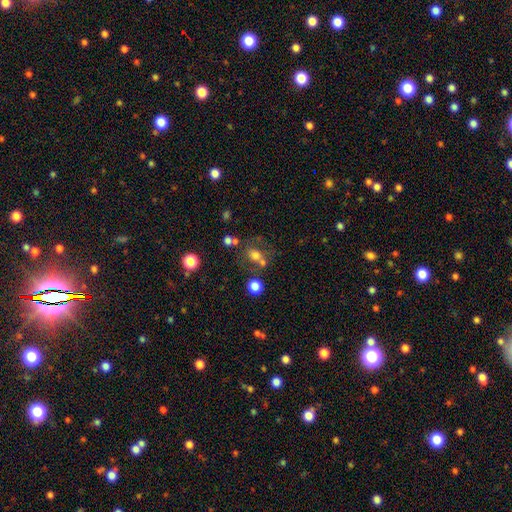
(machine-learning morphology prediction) A smooth galaxy with no disk features (64%) that is round (56%).

Vote fractions:
- Smooth or featured? smooth: 64% / featured or disk: 19% / star or artifact: 17%
- How rounded? round: 56% / in between: 42% / cigar-shaped: 2%
- Merging? none: 49% / merger: 27% / minor disturbance: 15% / major disturbance: 10%